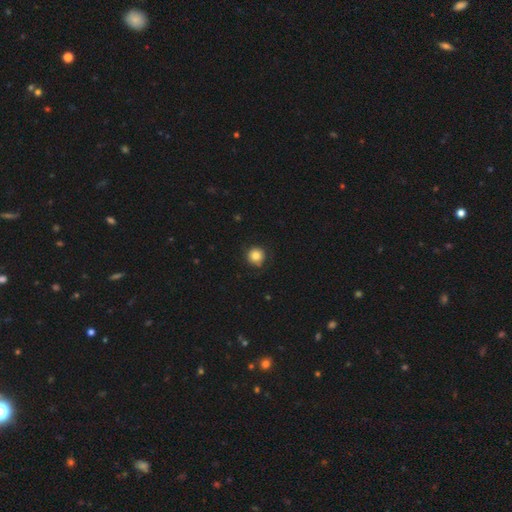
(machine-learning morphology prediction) smooth_or_featured: smooth (p=0.83) [alt: star or artifact p=0.10]
how_rounded: round (p=0.95) [alt: in between p=0.04]
merging: none (p=0.86) [alt: minor disturbance p=0.10]